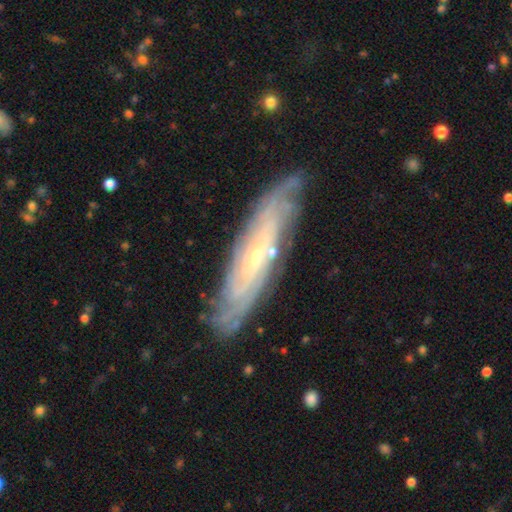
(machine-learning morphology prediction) featured or disk 80%, smooth 14%, star or artifact 6%. Down the decision tree: edge-on disk — no (71%); bar — no (70%); spiral arms — yes (92%); spiral arm count — can't tell (55%); spiral winding — tight (73%); bulge size — small (83%); merging — none (80%).